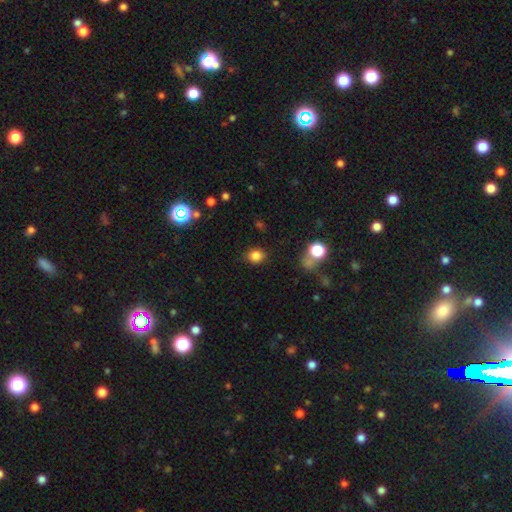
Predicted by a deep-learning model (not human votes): Morphology: type=smooth (83%); roundness=round (69%); merging=none (83%).